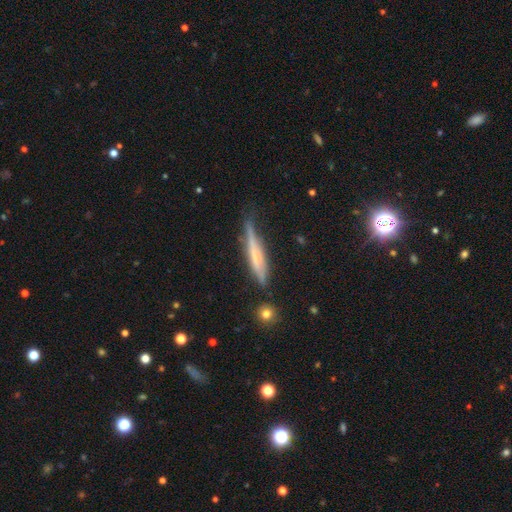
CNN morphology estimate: This appears to be a featured or disk galaxy (55%) viewed edge-on (92%) with no central bulge (50%). Merging: none (66%).